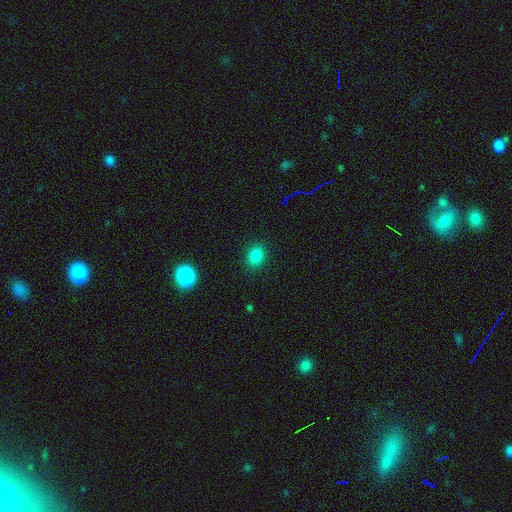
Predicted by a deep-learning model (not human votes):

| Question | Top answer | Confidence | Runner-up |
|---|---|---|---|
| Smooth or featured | smooth | 83% | star or artifact (12%) |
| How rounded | in between | 60% | round (39%) |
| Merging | none | 89% | minor disturbance (8%) |